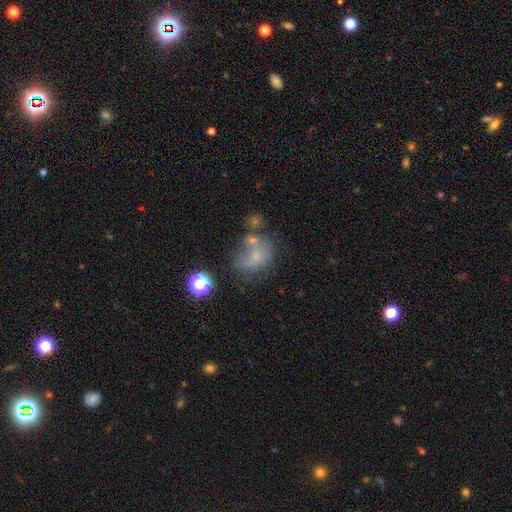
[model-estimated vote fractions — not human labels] Overall: smooth (44%; featured or disk 35%). Merging: none (34%; merger 23%).